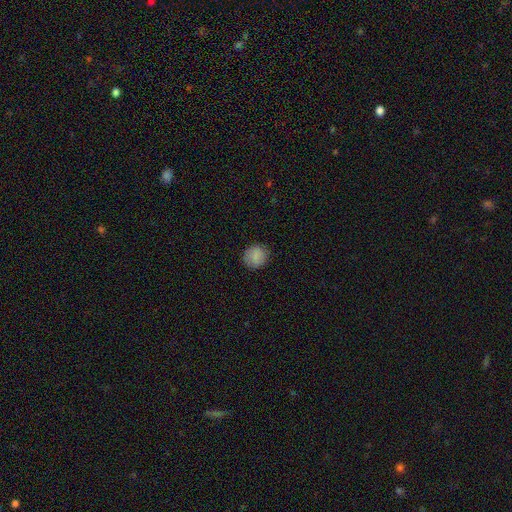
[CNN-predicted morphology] Q: Smooth or featured?
A: smooth (86%); runner-up: star or artifact (9%)
Q: How rounded?
A: round (82%); runner-up: in between (17%)
Q: Merging?
A: none (85%); runner-up: minor disturbance (11%)